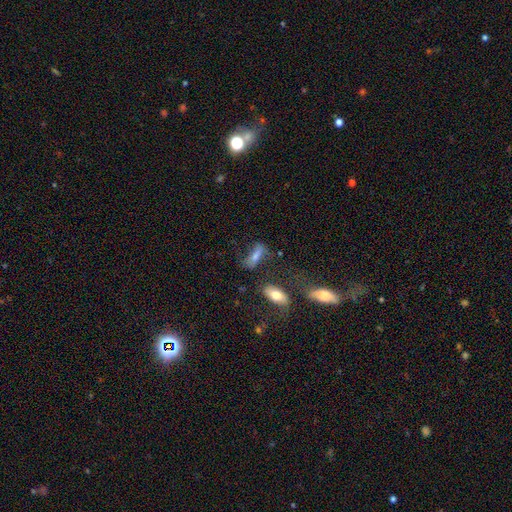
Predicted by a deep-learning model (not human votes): A smooth galaxy with no disk features (52%) that is in between round and cigar-shaped (50%). Merging: none (53%).